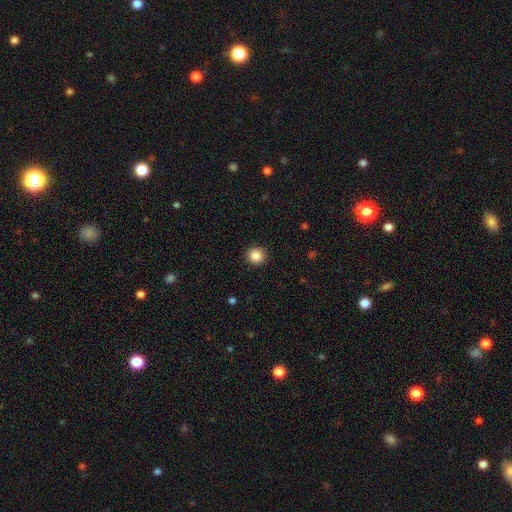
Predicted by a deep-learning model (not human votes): Smooth or featured?
  - smooth: 87% *
  - star or artifact: 10%
  - featured or disk: 4%
How rounded?
  - round: 93% *
  - in between: 6%
  - cigar-shaped: 1%
Merging?
  - none: 92% *
  - minor disturbance: 5%
  - major disturbance: 2%
  - merger: 1%